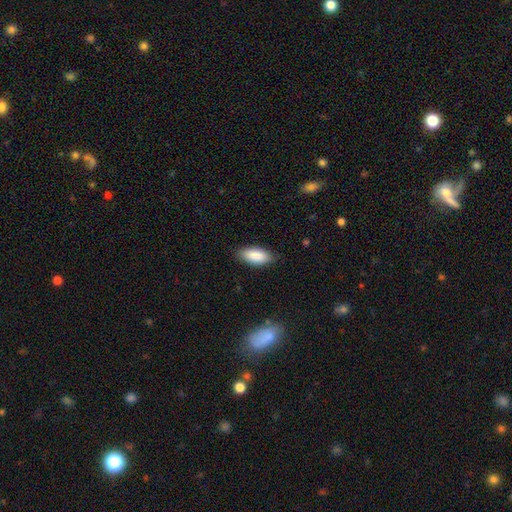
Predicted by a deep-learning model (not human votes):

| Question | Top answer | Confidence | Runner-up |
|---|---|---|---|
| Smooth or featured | smooth | 89% | star or artifact (6%) |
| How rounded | in between | 89% | cigar-shaped (9%) |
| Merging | none | 85% | minor disturbance (11%) |